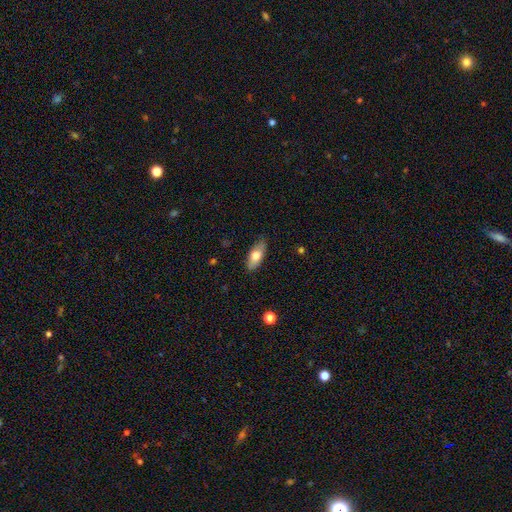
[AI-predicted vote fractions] smooth_or_featured: smooth (p=0.73) [alt: featured or disk p=0.21]
how_rounded: in between (p=0.82) [alt: cigar-shaped p=0.15]
merging: none (p=0.83) [alt: minor disturbance p=0.13]